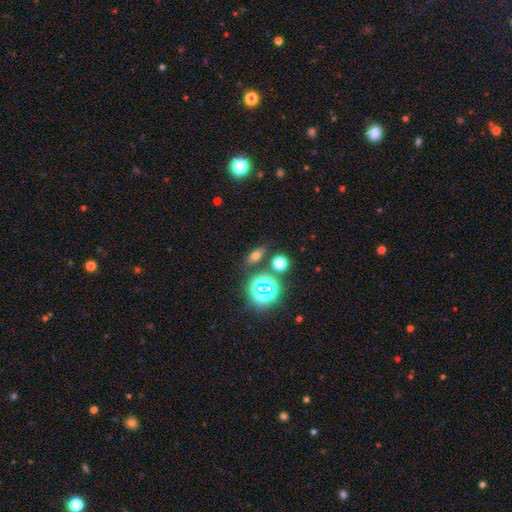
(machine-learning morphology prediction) This is possibly a smooth galaxy (53%). How rounded: likely in between (65%). Merging: clearly none (82%).